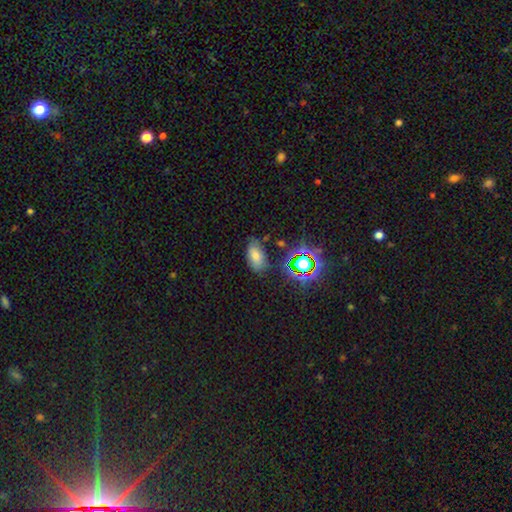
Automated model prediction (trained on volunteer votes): Smooth or featured? Predicted: smooth (p=0.61). How rounded? Predicted: in between (p=0.88). Merging? Predicted: none (p=0.74).